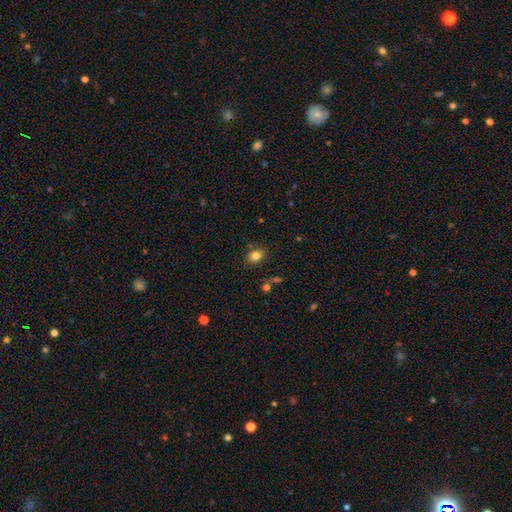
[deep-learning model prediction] The model was most divided on "how rounded": in between: 64%, round: 35%, cigar-shaped: 1%. More confident: smooth or featured — smooth (82%); merging — none (80%).